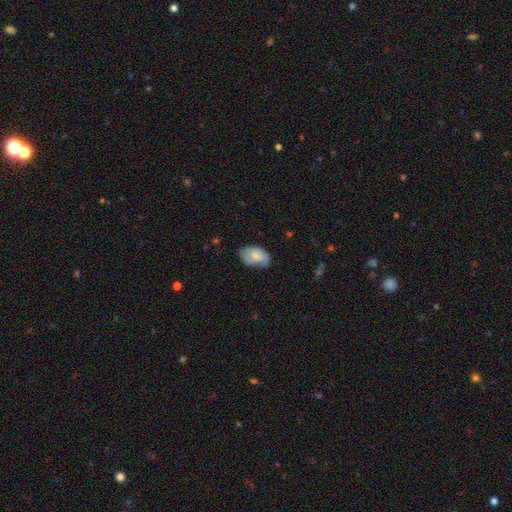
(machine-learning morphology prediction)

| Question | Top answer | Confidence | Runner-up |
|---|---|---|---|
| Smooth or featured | smooth | 62% | featured or disk (31%) |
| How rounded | in between | 89% | round (10%) |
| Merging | none | 61% | minor disturbance (30%) |